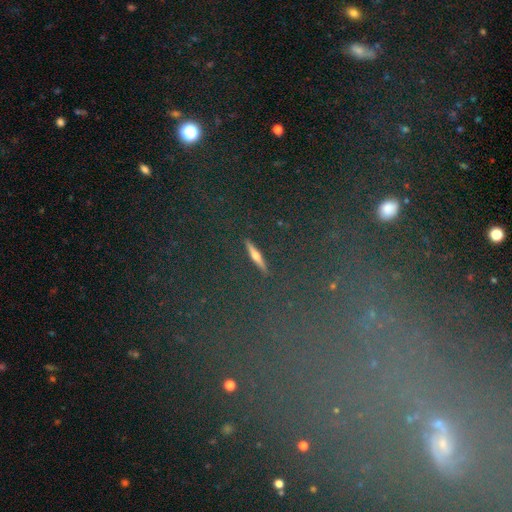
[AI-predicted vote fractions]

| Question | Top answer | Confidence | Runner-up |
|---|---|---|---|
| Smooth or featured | featured or disk | 47% | smooth (27%) |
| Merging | none | 89% | minor disturbance (6%) |